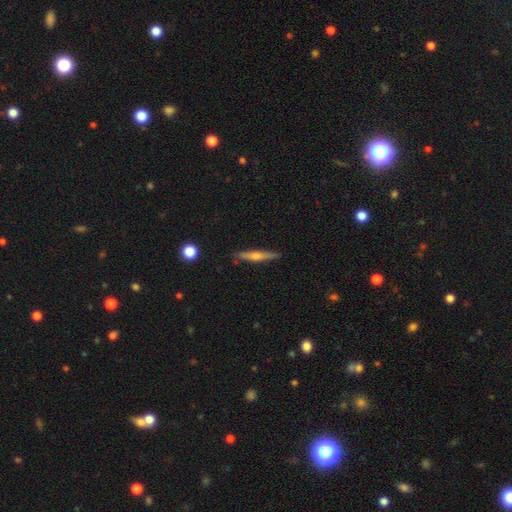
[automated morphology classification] smooth_or_featured: featured or disk (p=0.57) [alt: smooth p=0.37]
disk_edge_on: yes (p=0.96) [alt: no p=0.04]
edge_on_bulge: rounded (p=0.79) [alt: none p=0.14]
merging: none (p=0.89) [alt: minor disturbance p=0.09]